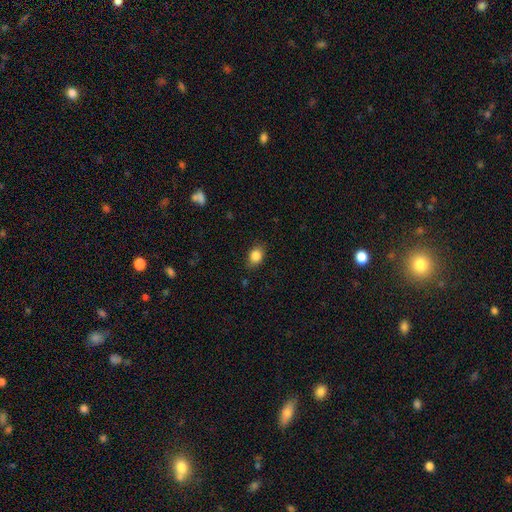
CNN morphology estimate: The model was most divided on "how rounded": in between: 66%, round: 33%, cigar-shaped: 1%. More confident: smooth or featured — smooth (85%); merging — none (82%).